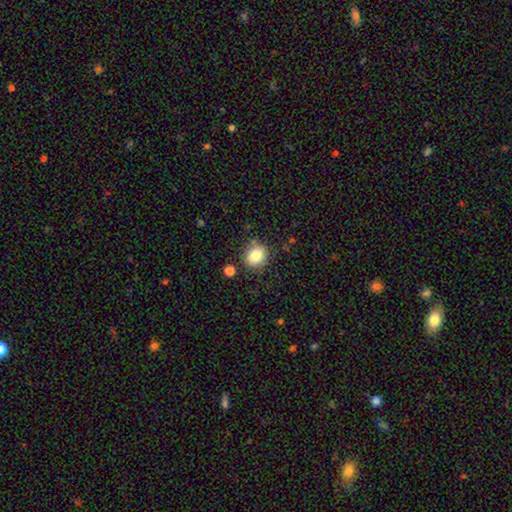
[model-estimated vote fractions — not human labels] Smooth or featured: smooth — 83% (star or artifact — 10%)
How rounded: round — 70% (in between — 29%)
Merging: none — 80% (minor disturbance — 12%)